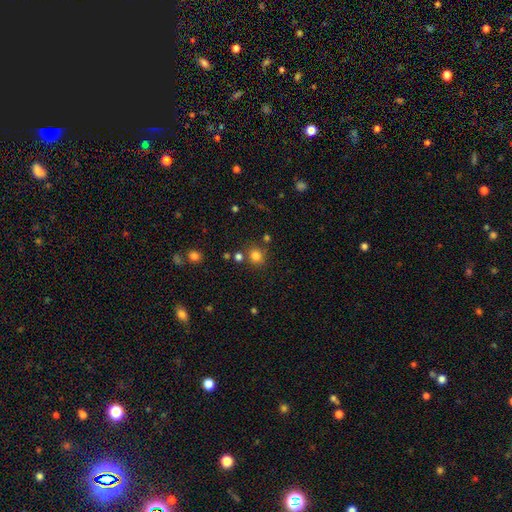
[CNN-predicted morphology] A smooth galaxy with no disk features (81%) that is round (83%).

Vote fractions:
- Smooth or featured? smooth: 81% / star or artifact: 14% / featured or disk: 5%
- How rounded? round: 83% / in between: 16% / cigar-shaped: 1%
- Merging? none: 78% / minor disturbance: 10% / merger: 9% / major disturbance: 4%